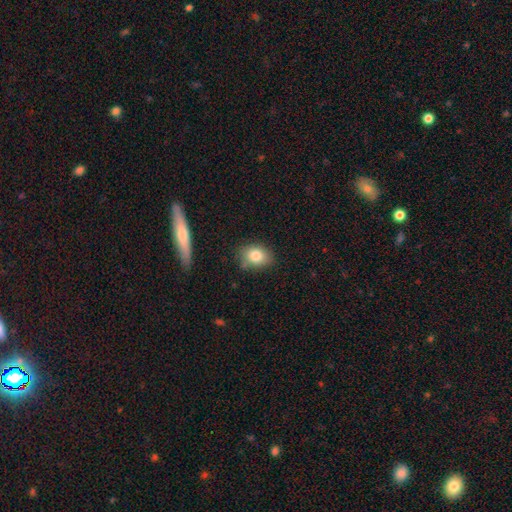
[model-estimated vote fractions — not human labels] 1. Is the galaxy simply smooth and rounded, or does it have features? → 82% smooth, 9% featured or disk, 9% star or artifact.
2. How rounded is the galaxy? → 63% in between, 36% round, 2% cigar-shaped.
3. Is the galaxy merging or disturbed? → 75% none, 17% minor disturbance, 4% major disturbance, 4% merger.